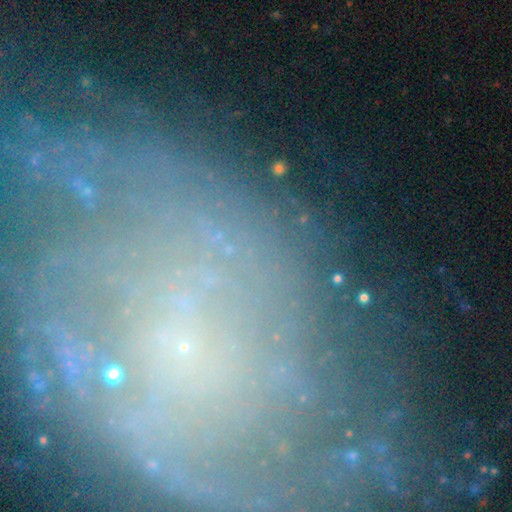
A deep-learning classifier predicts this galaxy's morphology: The model was most divided on "smooth or featured": star or artifact: 44%, featured or disk: 37%, smooth: 19%.